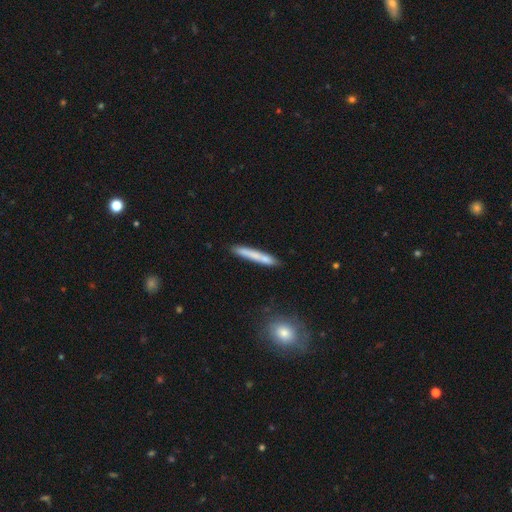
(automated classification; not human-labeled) Overall: smooth (69%). How rounded: cigar-shaped (95%). Merging: none (80%).